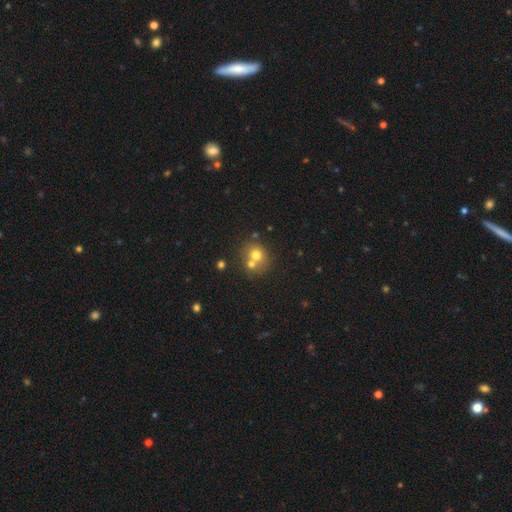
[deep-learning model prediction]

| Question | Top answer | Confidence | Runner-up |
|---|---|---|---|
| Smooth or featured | smooth | 69% | featured or disk (18%) |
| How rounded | round | 79% | in between (20%) |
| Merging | none | 45% | merger (44%) |